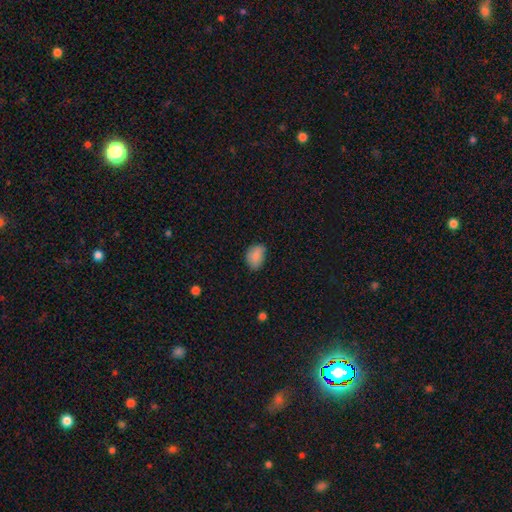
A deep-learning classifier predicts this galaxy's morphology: Overall: smooth (84%). How rounded: in between (75%). Merging: none (64%; minor disturbance 29%).